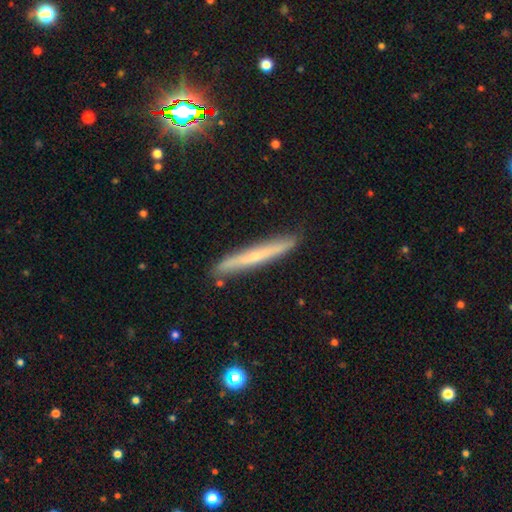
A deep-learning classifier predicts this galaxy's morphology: smooth-or-featured: featured or disk: 48% | smooth: 44% | star or artifact: 8%
  merging: none: 89% | minor disturbance: 8% | major disturbance: 1% | merger: 1%